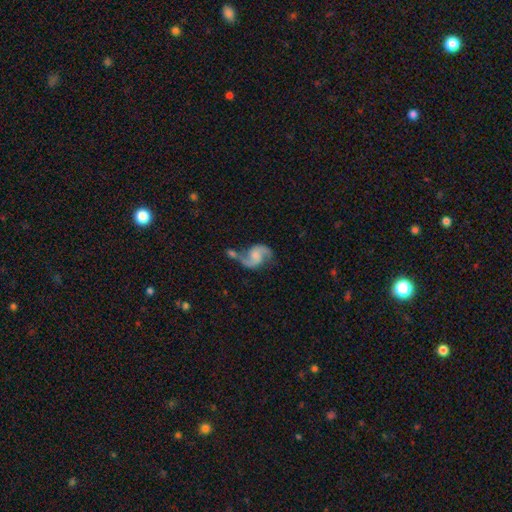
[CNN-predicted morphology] This appears to be a featured or disk galaxy (85%) with no bar (55%), 2 (92%) loose (50%) spiral arms (96%) and no central bulge (35%). Merging: none (44%).